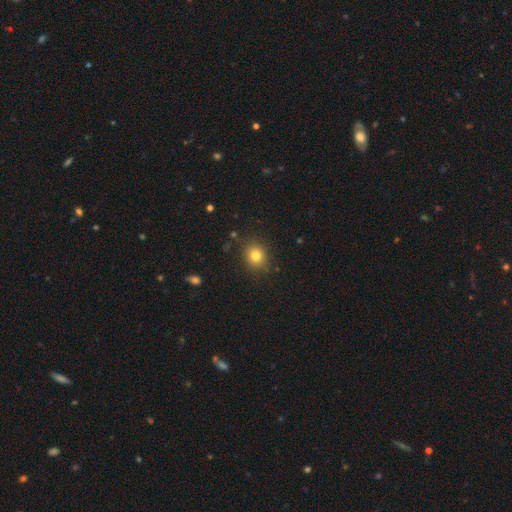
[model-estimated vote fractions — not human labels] smooth_or_featured: smooth (p=0.81) [alt: star or artifact p=0.13]
how_rounded: round (p=0.77) [alt: in between p=0.22]
merging: none (p=0.86) [alt: minor disturbance p=0.10]